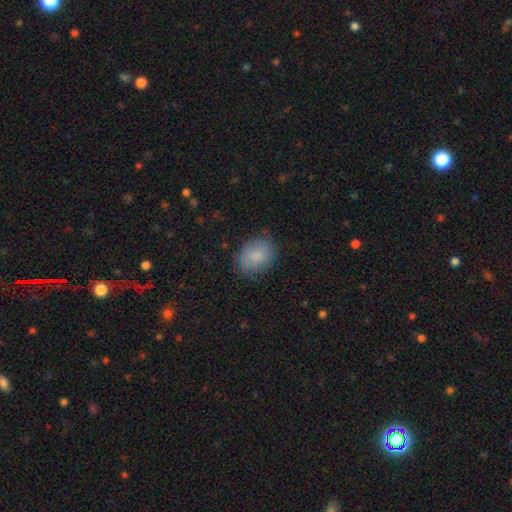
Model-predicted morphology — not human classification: type=smooth (84%); roundness=in between (57%); merging=none (75%).